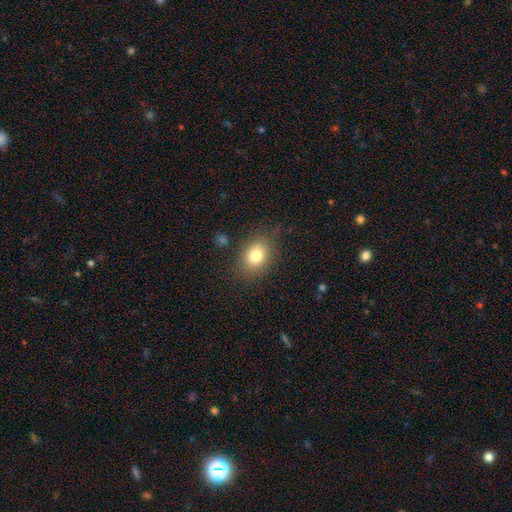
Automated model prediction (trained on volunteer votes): A smooth galaxy with no disk features (79%) that is in between round and cigar-shaped (65%). Merging: none (79%).